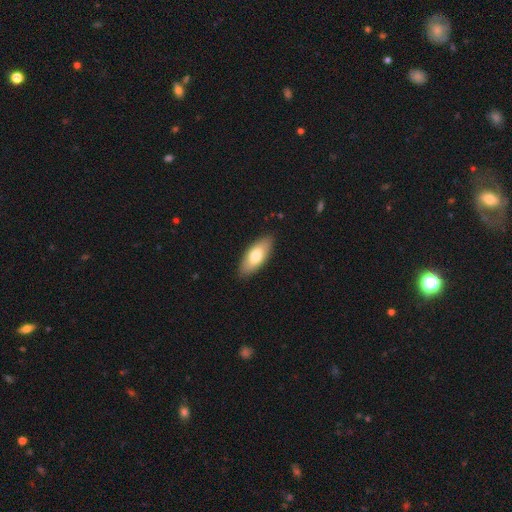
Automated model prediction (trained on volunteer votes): A smooth galaxy with no disk features (75%) that is in between round and cigar-shaped (82%). Merging: none (88%).